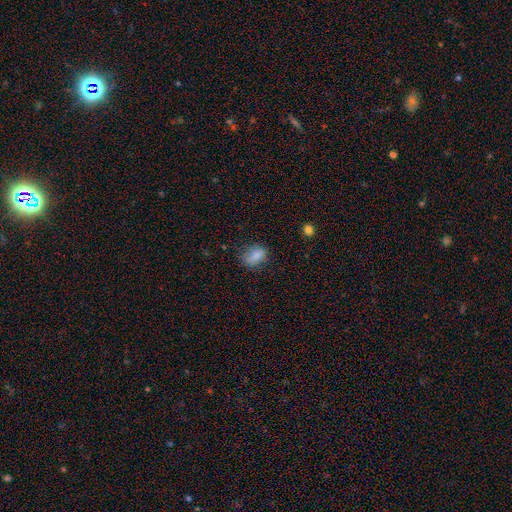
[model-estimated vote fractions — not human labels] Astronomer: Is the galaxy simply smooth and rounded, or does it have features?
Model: smooth — 81%.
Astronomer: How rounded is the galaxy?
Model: in between — 77%.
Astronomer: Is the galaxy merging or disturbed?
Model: none — 68%.